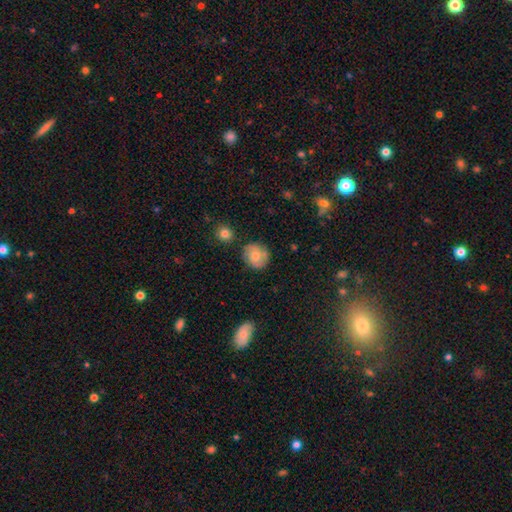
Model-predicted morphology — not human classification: type=smooth (72%); roundness=round (83%); merging=none (79%).